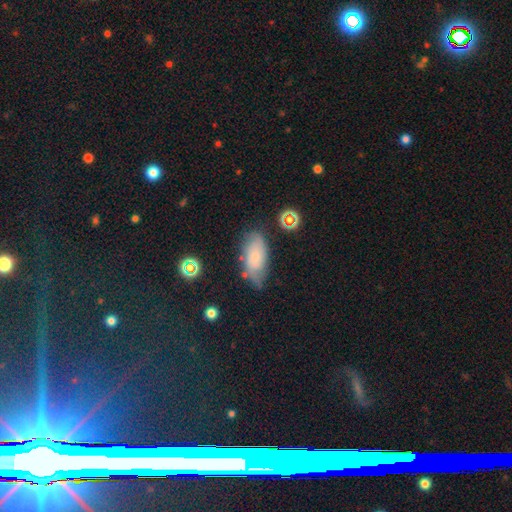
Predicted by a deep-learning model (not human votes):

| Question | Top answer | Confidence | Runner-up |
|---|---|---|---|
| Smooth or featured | smooth | 45% | featured or disk (43%) |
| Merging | none | 65% | minor disturbance (25%) |